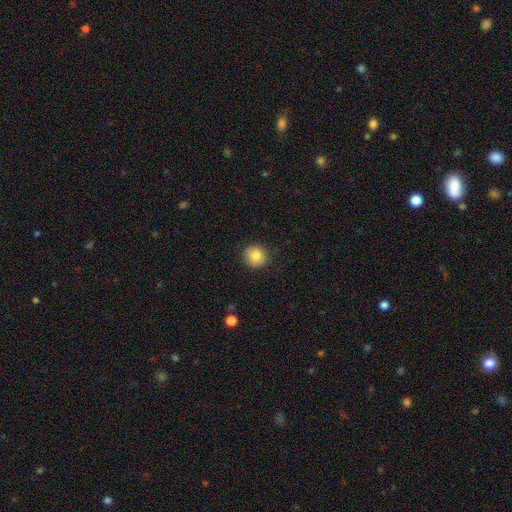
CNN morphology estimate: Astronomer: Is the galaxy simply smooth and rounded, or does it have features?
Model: smooth — 82%.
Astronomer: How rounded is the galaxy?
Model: round — 93%.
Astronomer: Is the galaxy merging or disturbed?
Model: none — 89%.